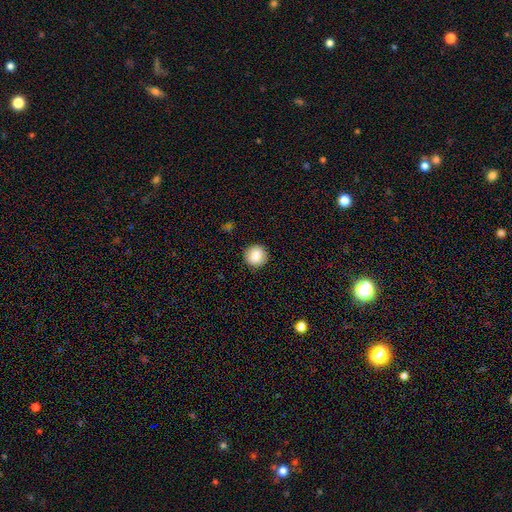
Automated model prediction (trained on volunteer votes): Smooth or featured? Predicted: smooth (p=0.85). How rounded? Predicted: round (p=0.94). Merging? Predicted: none (p=0.92).